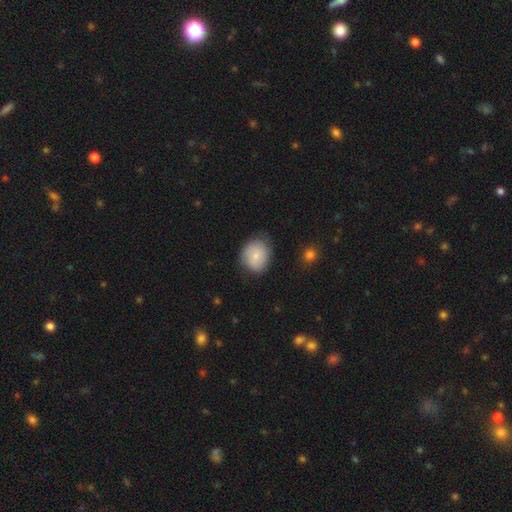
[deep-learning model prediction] smooth 74%, featured or disk 19%, star or artifact 7%. Down the decision tree: how rounded — round (64%); merging — none (72%).